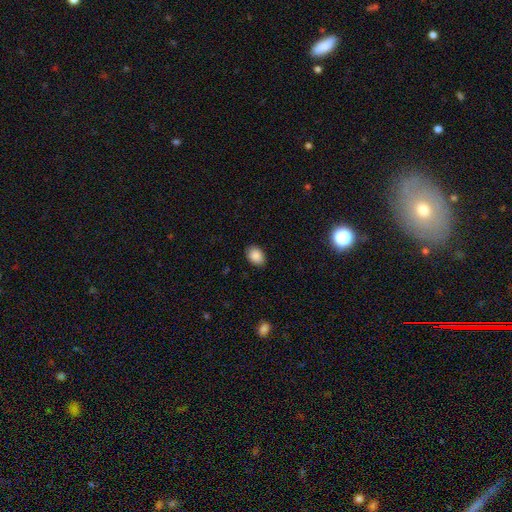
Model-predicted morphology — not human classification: A smooth galaxy with no disk features (88%) that is in between round and cigar-shaped (74%).

Vote fractions:
- Smooth or featured? smooth: 88% / star or artifact: 8% / featured or disk: 4%
- How rounded? in between: 74% / round: 25% / cigar-shaped: 1%
- Merging? none: 87% / minor disturbance: 10% / major disturbance: 2% / merger: 1%